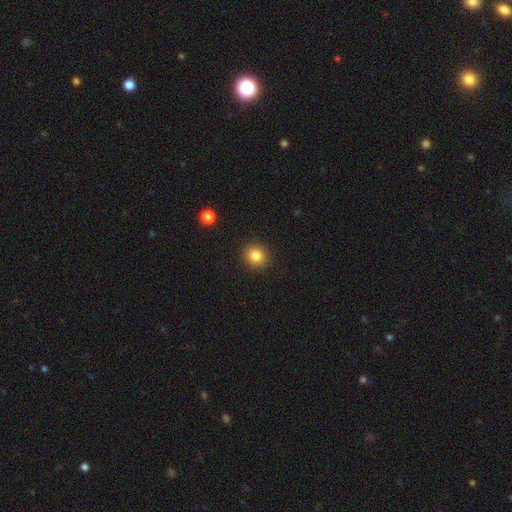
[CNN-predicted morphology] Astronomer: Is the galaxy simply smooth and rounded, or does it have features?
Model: smooth — 84%.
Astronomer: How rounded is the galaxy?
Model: round — 90%.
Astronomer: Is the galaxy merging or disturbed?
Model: none — 91%.